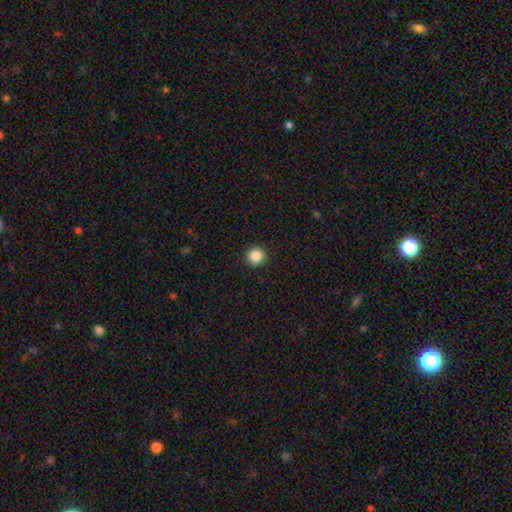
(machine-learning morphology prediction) A smooth galaxy with no disk features (86%) that is round (95%). Merging: none (93%).